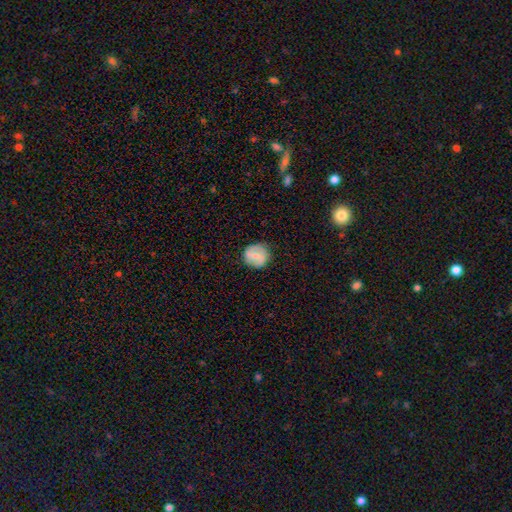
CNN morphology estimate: smooth-or-featured: featured or disk: 48% | smooth: 45% | star or artifact: 7%
  merging: none: 82% | minor disturbance: 14% | major disturbance: 4% | merger: 1%